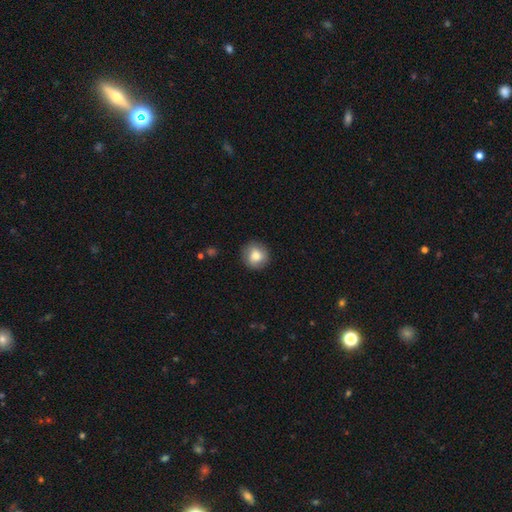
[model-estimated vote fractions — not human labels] Q: Smooth or featured?
A: smooth (80%); runner-up: featured or disk (12%)
Q: How rounded?
A: round (89%); runner-up: in between (10%)
Q: Merging?
A: none (87%); runner-up: minor disturbance (9%)